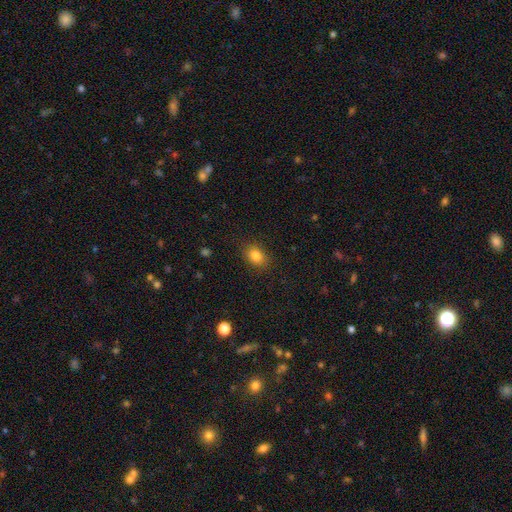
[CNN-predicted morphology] Q: Smooth or featured?
A: smooth (83%); runner-up: star or artifact (11%)
Q: How rounded?
A: in between (63%); runner-up: round (36%)
Q: Merging?
A: none (86%); runner-up: minor disturbance (10%)